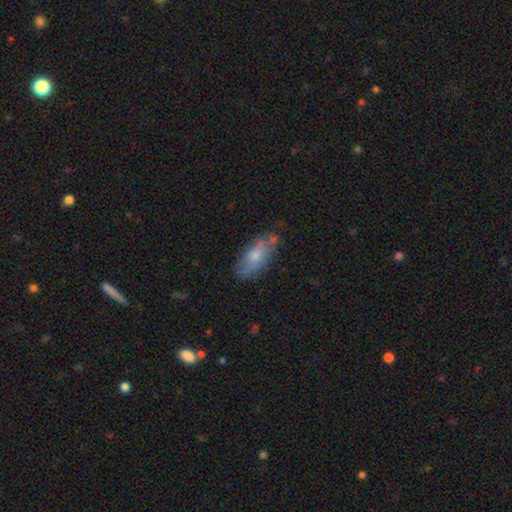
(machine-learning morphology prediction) Smooth or featured?
  - smooth: 64% *
  - featured or disk: 29%
  - star or artifact: 7%
How rounded?
  - in between: 82% *
  - cigar-shaped: 15%
  - round: 3%
Merging?
  - none: 66% *
  - minor disturbance: 23%
  - major disturbance: 6%
  - merger: 5%